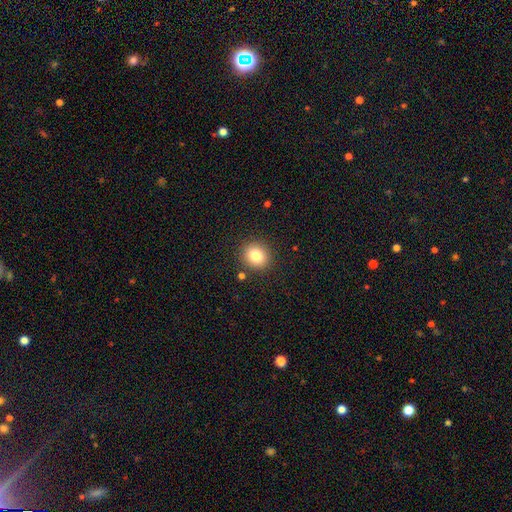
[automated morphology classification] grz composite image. It shows a smooth galaxy with no disk features (81%) that is round (81%). Merging: none (88%).